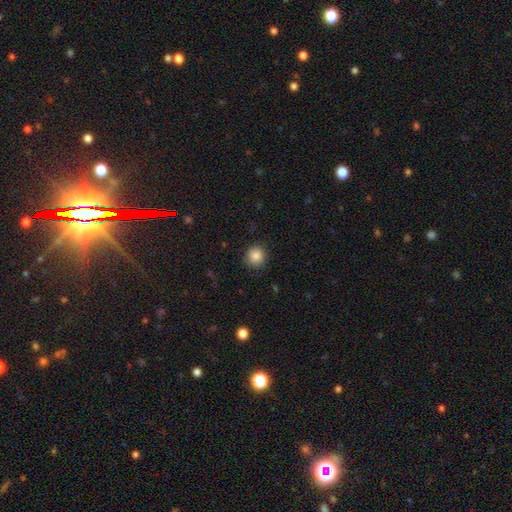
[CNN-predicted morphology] A smooth galaxy with no disk features (87%) that is round (91%).

Vote fractions:
- Smooth or featured? smooth: 87% / star or artifact: 10% / featured or disk: 4%
- How rounded? round: 91% / in between: 8% / cigar-shaped: 1%
- Merging? none: 85% / minor disturbance: 11% / major disturbance: 3% / merger: 1%